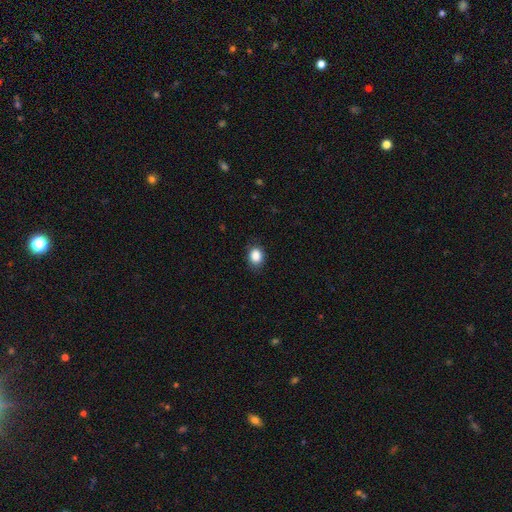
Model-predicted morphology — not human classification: The model was most divided on "how rounded": in between: 55%, round: 44%, cigar-shaped: 1%. More confident: smooth or featured — smooth (87%); merging — none (84%).